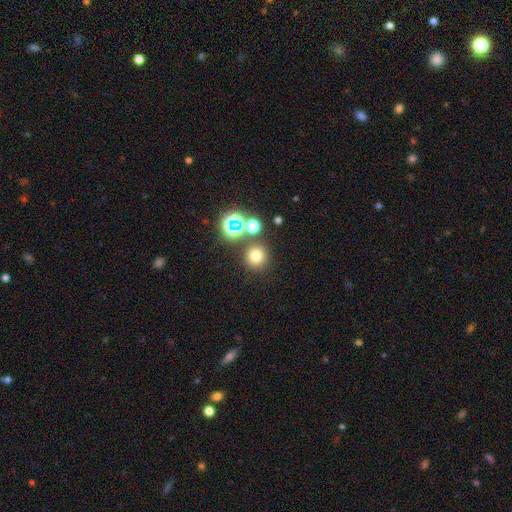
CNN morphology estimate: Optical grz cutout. It shows a smooth galaxy with no disk features (70%) that is round (93%). Merging: none (78%).